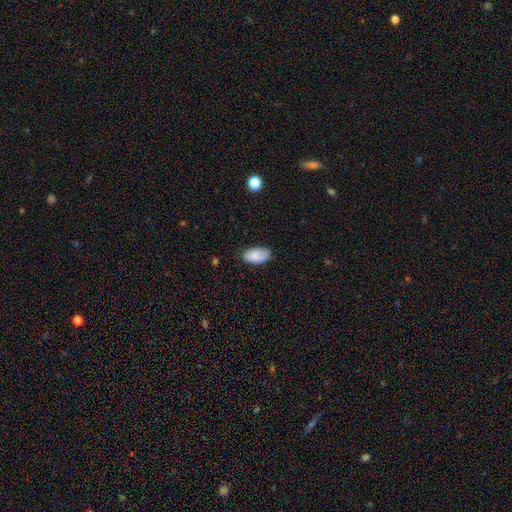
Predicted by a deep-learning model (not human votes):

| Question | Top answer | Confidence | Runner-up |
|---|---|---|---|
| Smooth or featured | smooth | 84% | featured or disk (9%) |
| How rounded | in between | 95% | round (3%) |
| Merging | none | 77% | minor disturbance (19%) |